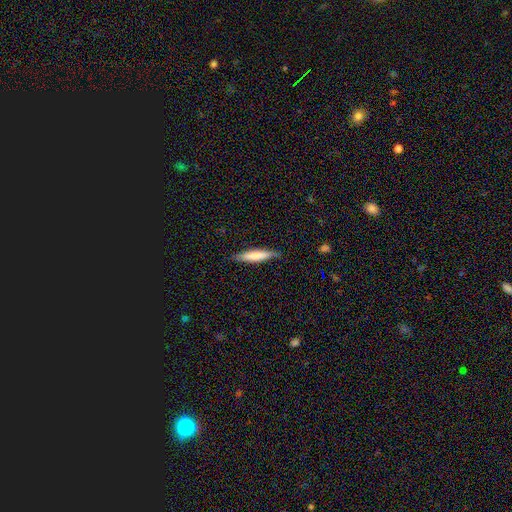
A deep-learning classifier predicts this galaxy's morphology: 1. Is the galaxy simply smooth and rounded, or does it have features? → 71% smooth, 23% featured or disk, 6% star or artifact.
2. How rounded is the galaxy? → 86% cigar-shaped, 12% in between, 1% round.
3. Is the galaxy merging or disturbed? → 82% none, 15% minor disturbance, 2% major disturbance, 1% merger.